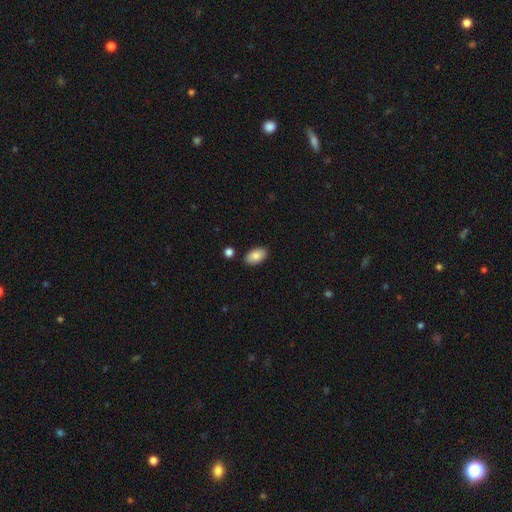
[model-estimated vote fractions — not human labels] Overall: smooth (86%). How rounded: in between (94%). Merging: none (86%).